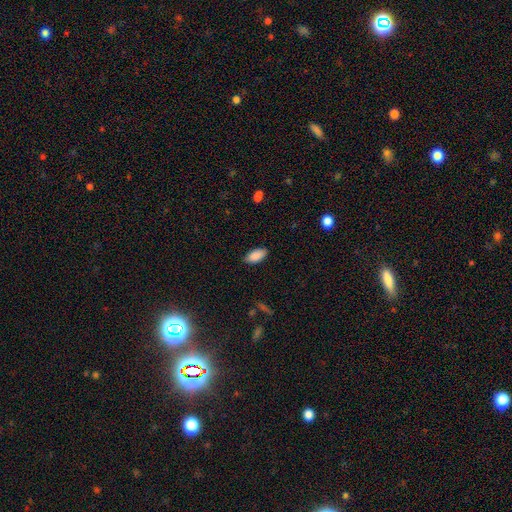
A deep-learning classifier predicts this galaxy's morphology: This is clearly a smooth galaxy (88%). How rounded: clearly in between (91%). Merging: clearly none (85%).